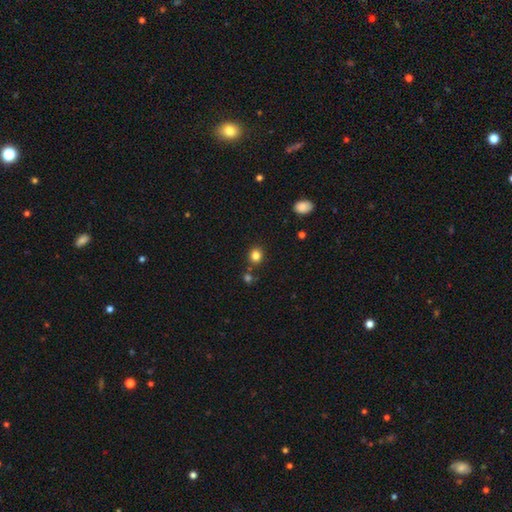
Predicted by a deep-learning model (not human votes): Smooth or featured? Predicted: smooth (p=0.83). How rounded? Predicted: round (p=0.79). Merging? Predicted: none (p=0.81).